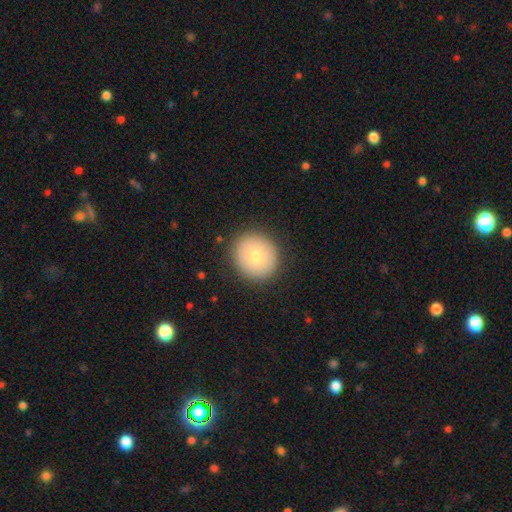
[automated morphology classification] Smooth or featured?
  - smooth: 73% *
  - featured or disk: 18%
  - star or artifact: 9%
How rounded?
  - round: 90% *
  - in between: 9%
  - cigar-shaped: 1%
Merging?
  - none: 88% *
  - minor disturbance: 8%
  - major disturbance: 3%
  - merger: 1%